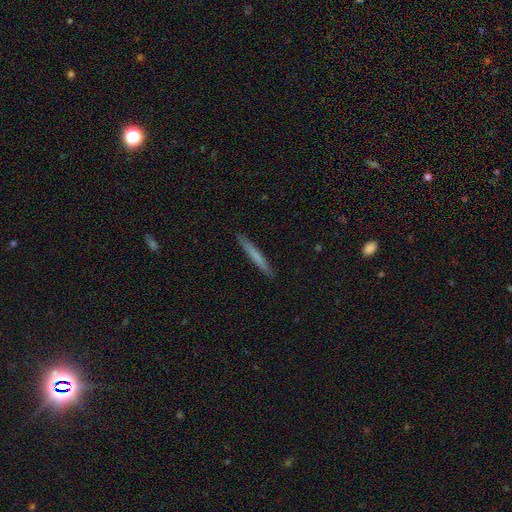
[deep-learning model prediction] Morphology: type=smooth (66%); roundness=cigar-shaped (97%); merging=none (91%).